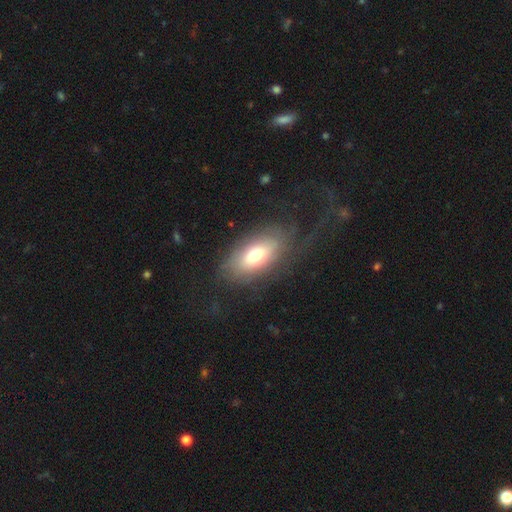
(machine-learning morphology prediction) This appears to be a smooth galaxy with no disk features (59%) that is in between round and cigar-shaped (89%). Merging: none (64%).